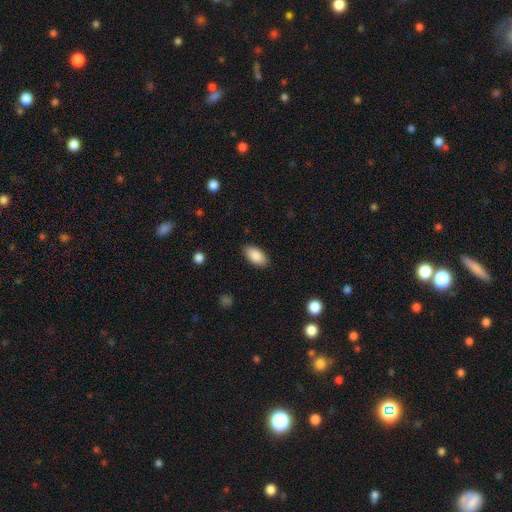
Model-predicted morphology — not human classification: smooth 87%, star or artifact 6%, featured or disk 6%. Down the decision tree: how rounded — in between (93%); merging — none (87%).